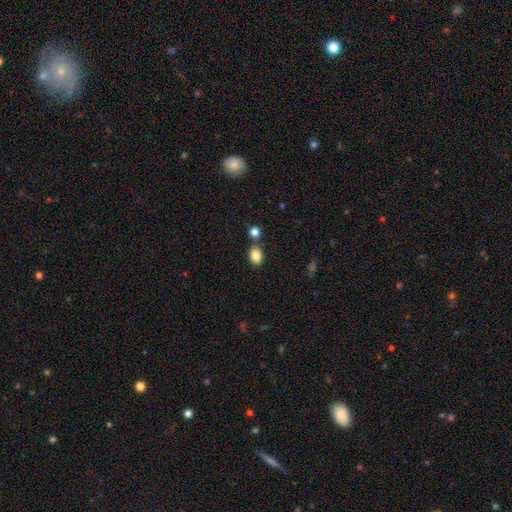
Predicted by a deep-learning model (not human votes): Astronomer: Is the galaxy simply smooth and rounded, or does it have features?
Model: smooth — 85%.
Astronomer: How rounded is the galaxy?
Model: in between — 79%.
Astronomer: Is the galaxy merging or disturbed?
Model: none — 72%.